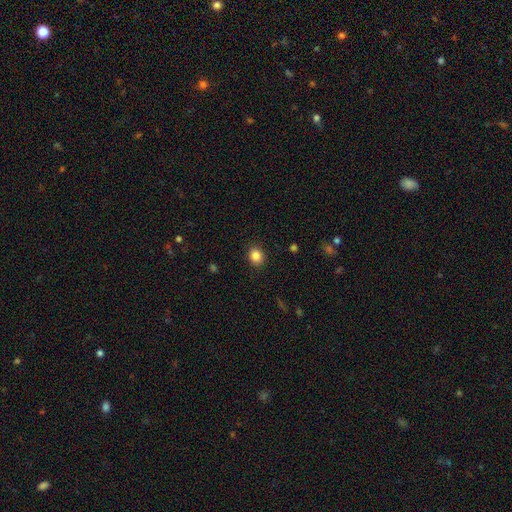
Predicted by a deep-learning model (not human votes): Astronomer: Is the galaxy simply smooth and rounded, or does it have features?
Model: smooth — 85%.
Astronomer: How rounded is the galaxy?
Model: round — 69%.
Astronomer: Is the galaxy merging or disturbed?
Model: none — 90%.